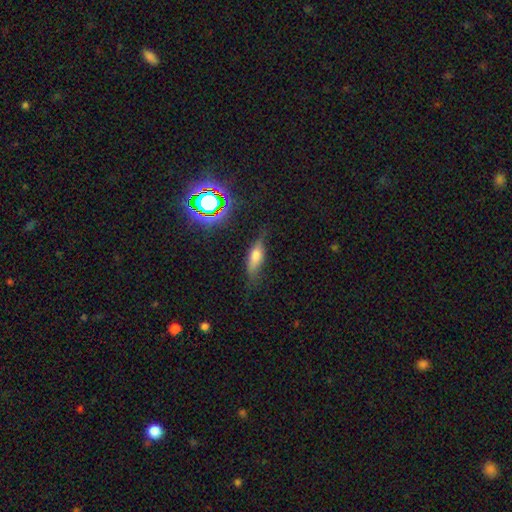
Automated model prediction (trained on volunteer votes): Q: Smooth or featured?
A: smooth (53%); runner-up: featured or disk (34%)
Q: How rounded?
A: in between (53%); runner-up: cigar-shaped (43%)
Q: Merging?
A: none (66%); runner-up: minor disturbance (23%)